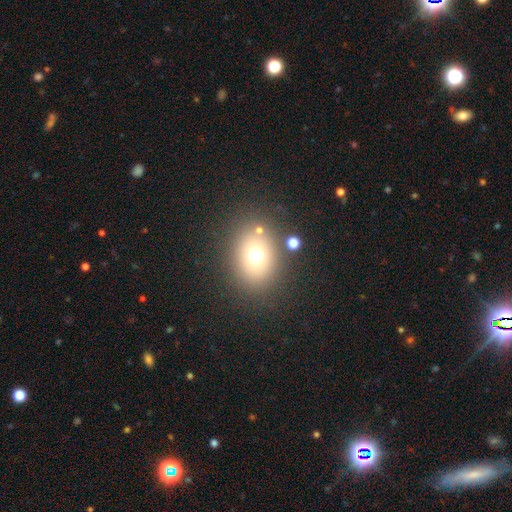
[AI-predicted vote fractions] Overall: smooth (67%). How rounded: round (59%; in between 40%). Merging: none (78%).